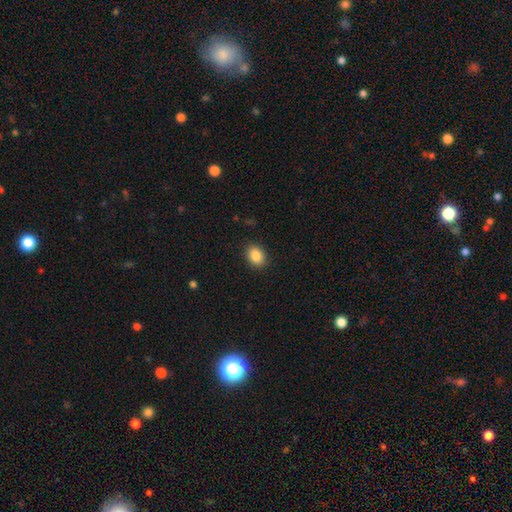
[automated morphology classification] Smooth or featured? smooth (88%)
How rounded? in between (69%)
Merging? none (89%)